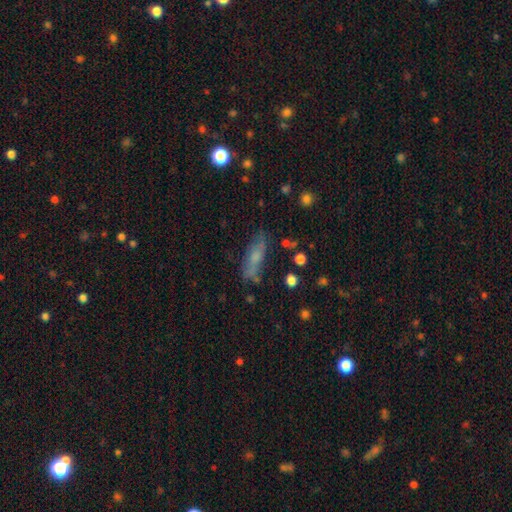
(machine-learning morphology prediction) Overall: smooth (55%; featured or disk 33%). How rounded: in between (50%; cigar-shaped 46%). Merging: none (65%).